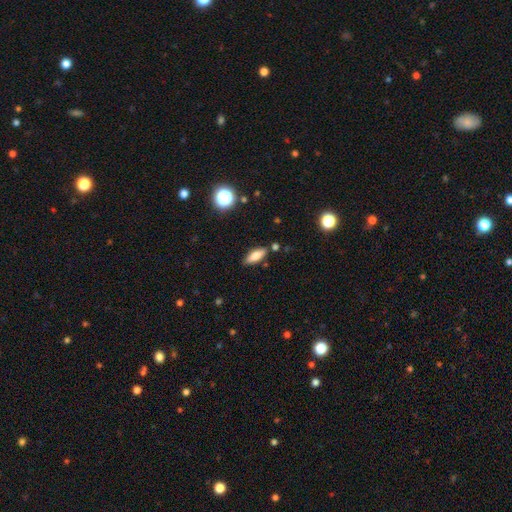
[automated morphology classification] Smooth or featured? Predicted: smooth (p=0.74). How rounded? Predicted: in between (p=0.68). Merging? Predicted: none (p=0.83).